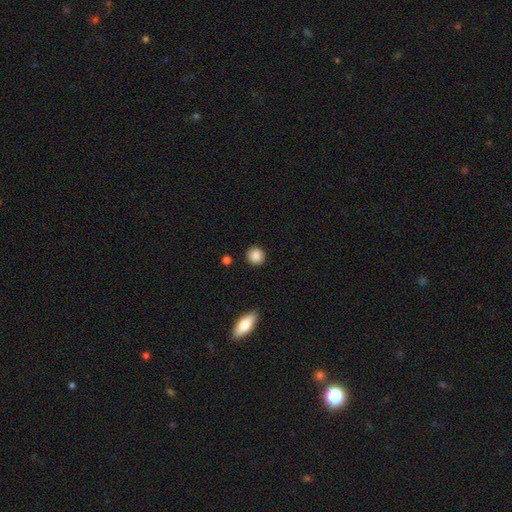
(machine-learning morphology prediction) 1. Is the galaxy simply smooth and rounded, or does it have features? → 87% smooth, 8% star or artifact, 5% featured or disk.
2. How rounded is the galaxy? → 86% round, 13% in between, 1% cigar-shaped.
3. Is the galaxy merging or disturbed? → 89% none, 7% minor disturbance, 2% major disturbance, 2% merger.